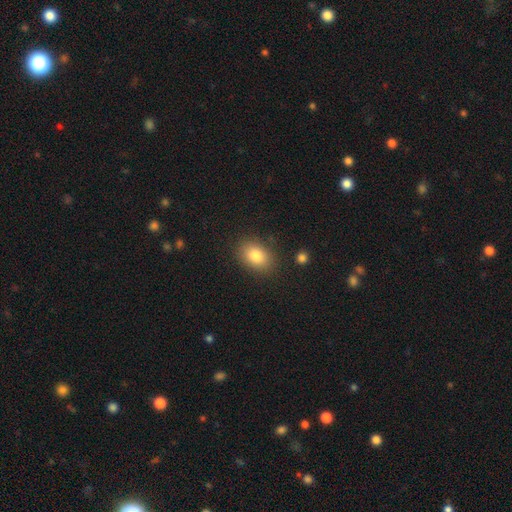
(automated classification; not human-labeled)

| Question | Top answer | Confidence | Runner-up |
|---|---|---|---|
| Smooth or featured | smooth | 83% | featured or disk (9%) |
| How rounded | in between | 77% | round (22%) |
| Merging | none | 85% | minor disturbance (10%) |